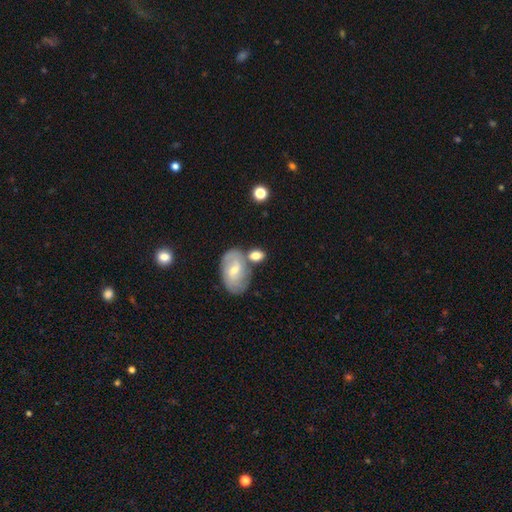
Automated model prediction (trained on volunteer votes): smooth_or_featured: smooth (p=0.62) [alt: featured or disk p=0.30]
how_rounded: in between (p=0.74) [alt: round p=0.23]
merging: none (p=0.50) [alt: merger p=0.30]